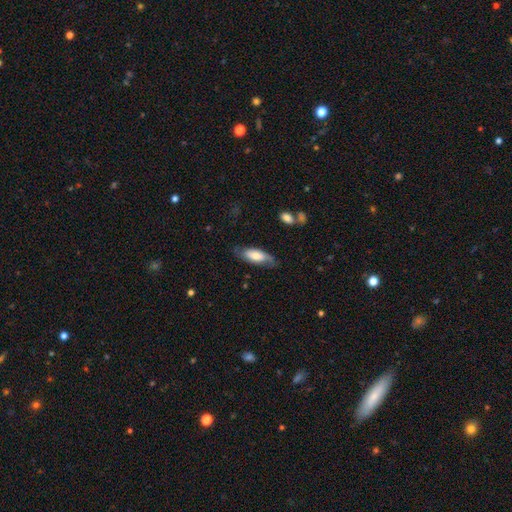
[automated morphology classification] The model was most divided on "smooth or featured": smooth: 56%, featured or disk: 37%, star or artifact: 7%. More confident: how rounded — in between (75%); merging — none (67%).